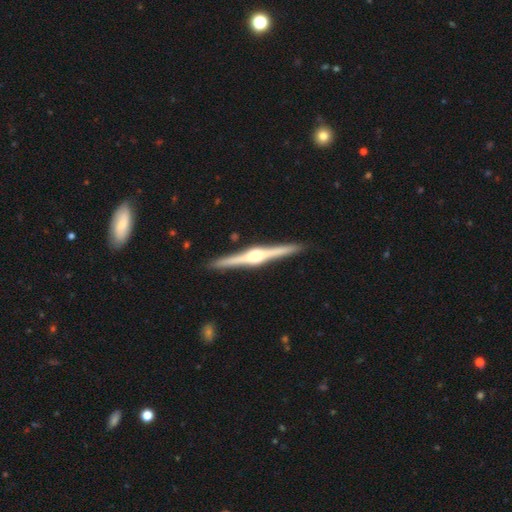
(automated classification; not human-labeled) Smooth or featured? Predicted: featured or disk (p=0.86). Edge-on disk? Predicted: yes (p=0.99). Edge-on bulge? Predicted: rounded (p=0.91). Merging? Predicted: none (p=0.92).